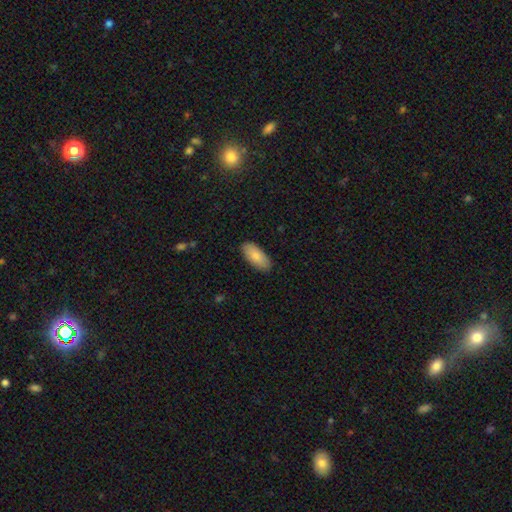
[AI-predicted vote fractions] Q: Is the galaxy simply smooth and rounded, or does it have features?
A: smooth — 86%.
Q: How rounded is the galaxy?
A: in between — 89%.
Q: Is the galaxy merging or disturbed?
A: none — 88%.